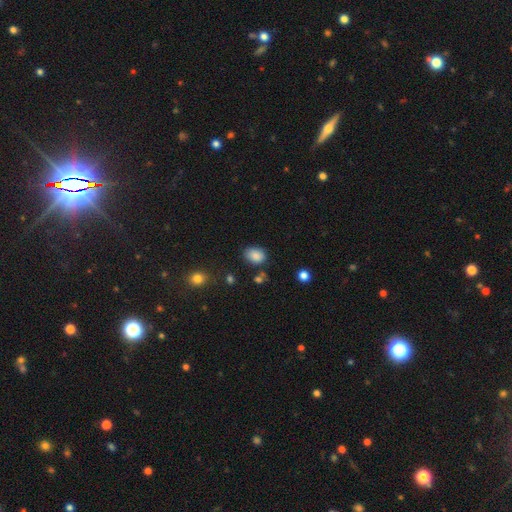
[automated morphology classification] smooth 86%, star or artifact 9%, featured or disk 5%. Down the decision tree: how rounded — in between (72%); merging — none (75%).